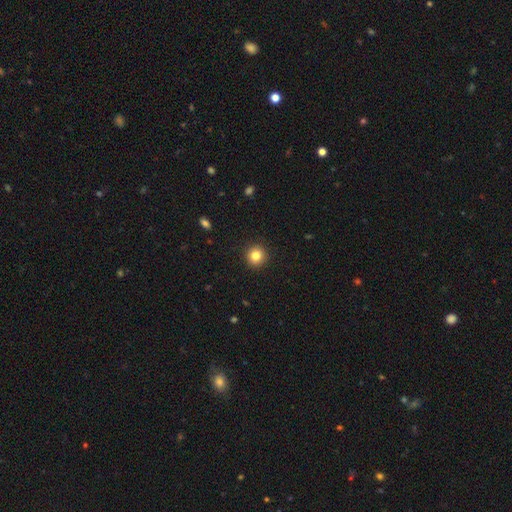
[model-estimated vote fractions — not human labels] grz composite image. It shows a smooth galaxy with no disk features (83%) that is round (94%). Merging: none (93%).